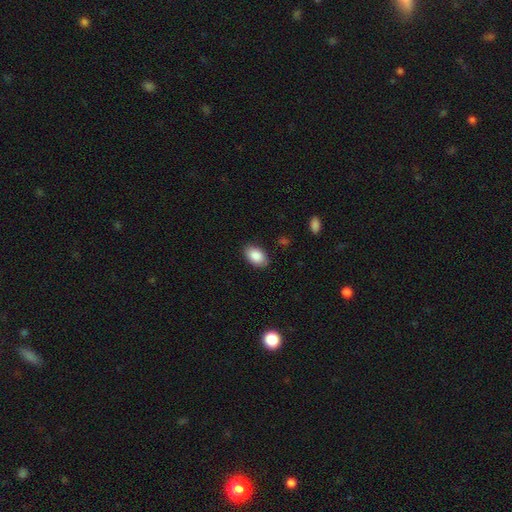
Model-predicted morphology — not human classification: A smooth galaxy with no disk features (88%) that is in between round and cigar-shaped (90%). Merging: none (87%).